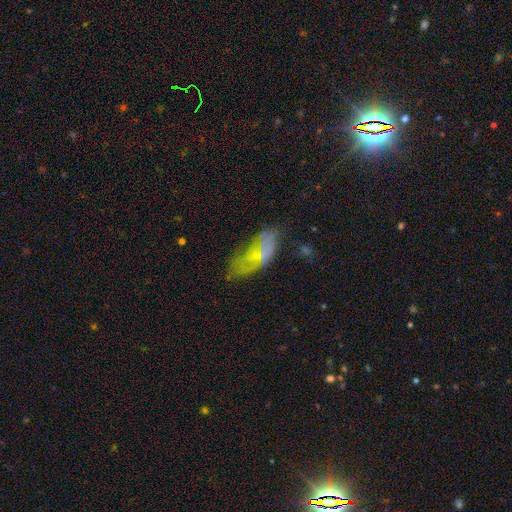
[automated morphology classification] The model was most divided on "smooth or featured": smooth: 45%, featured or disk: 39%, star or artifact: 17%. Remaining: merging — none (41%).